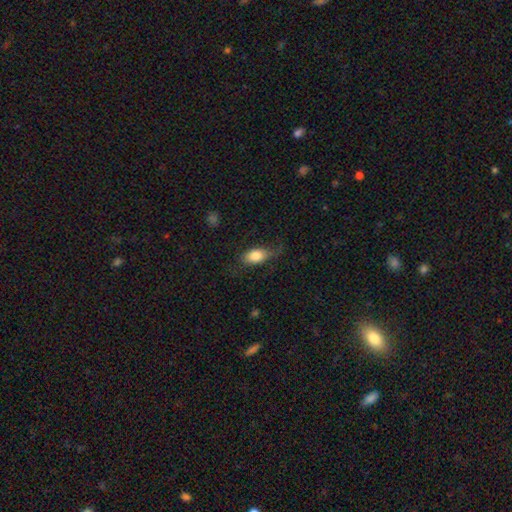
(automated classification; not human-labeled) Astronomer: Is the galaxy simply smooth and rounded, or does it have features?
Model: smooth — 80%.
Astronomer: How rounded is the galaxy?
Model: in between — 87%.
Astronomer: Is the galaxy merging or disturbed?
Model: none — 64%.